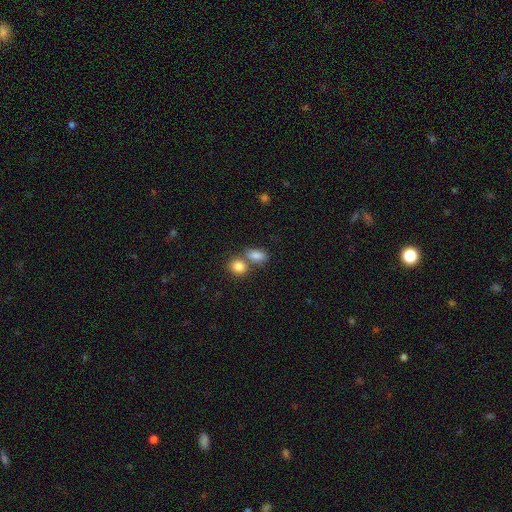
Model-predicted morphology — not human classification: smooth-or-featured: smooth: 85% | star or artifact: 9% | featured or disk: 6%
  how-rounded: in between: 79% | round: 19% | cigar-shaped: 2%
  merging: none: 45% | merger: 40% | minor disturbance: 10% | major disturbance: 4%